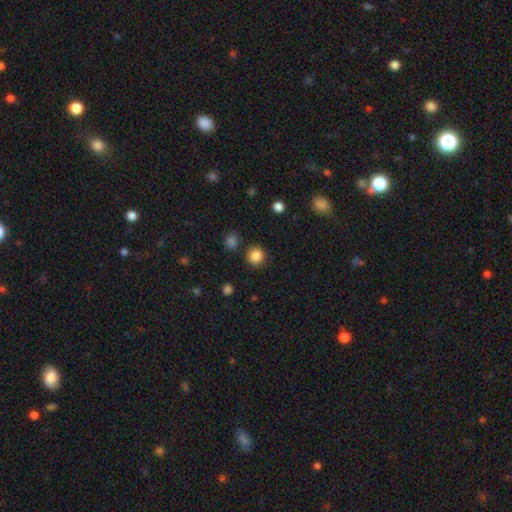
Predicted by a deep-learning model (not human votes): Overall: smooth (85%). How rounded: round (92%). Merging: none (87%).